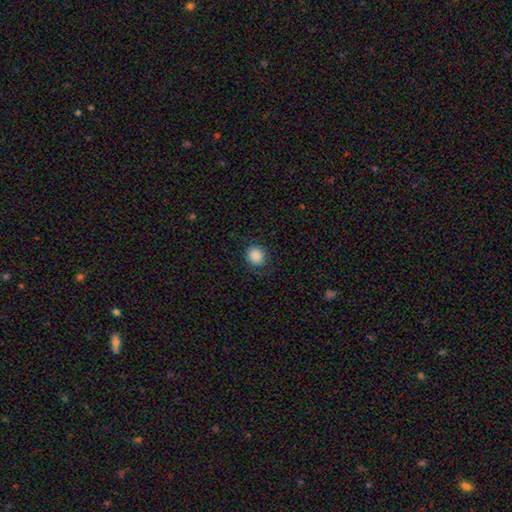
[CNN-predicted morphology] Smooth or featured: smooth — 85% (star or artifact — 9%)
How rounded: round — 76% (in between — 23%)
Merging: none — 80% (minor disturbance — 14%)